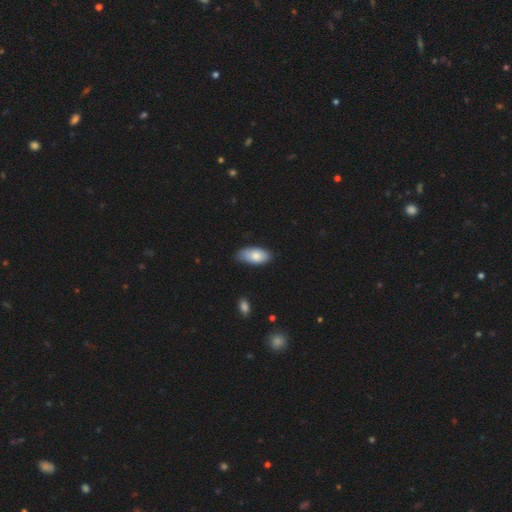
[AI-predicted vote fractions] The model was most divided on "merging": none: 76%, minor disturbance: 20%, major disturbance: 3%, merger: 2%. More confident: how rounded — in between (93%); smooth or featured — smooth (82%).